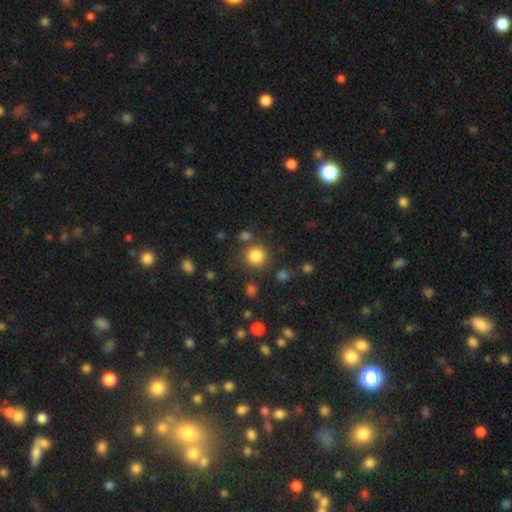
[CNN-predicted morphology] smooth_or_featured: smooth (p=0.83) [alt: star or artifact p=0.12]
how_rounded: round (p=0.90) [alt: in between p=0.09]
merging: none (p=0.80) [alt: minor disturbance p=0.09]